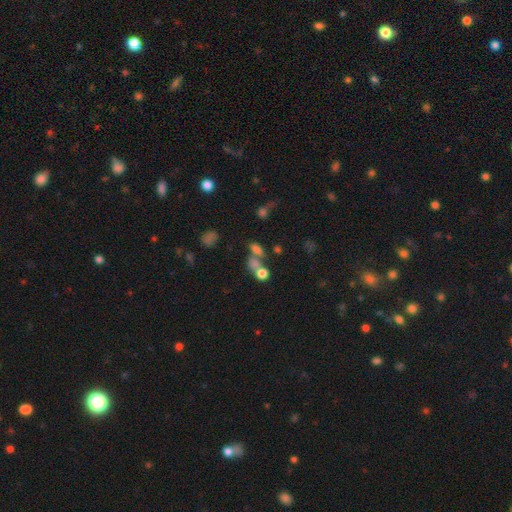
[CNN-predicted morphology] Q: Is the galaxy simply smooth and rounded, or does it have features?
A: smooth — 52%.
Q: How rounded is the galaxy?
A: round — 53%.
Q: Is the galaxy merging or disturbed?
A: merger — 41%.